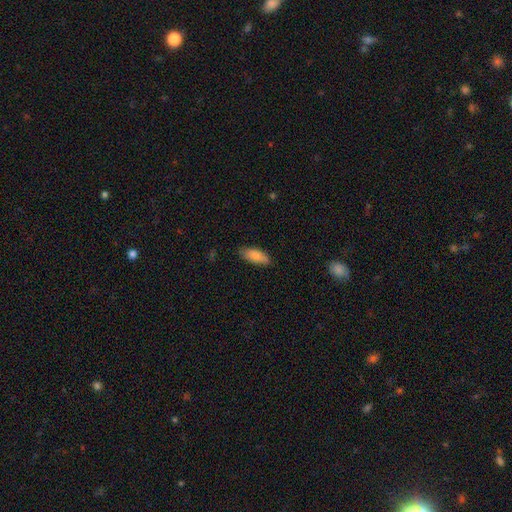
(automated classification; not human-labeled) Smooth or featured? Predicted: smooth (p=0.85). How rounded? Predicted: in between (p=0.80). Merging? Predicted: none (p=0.83).